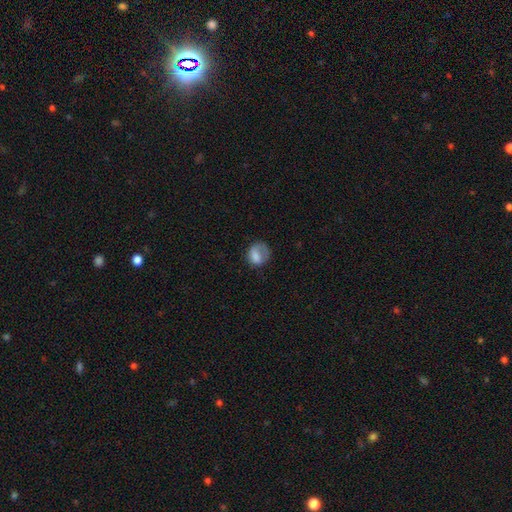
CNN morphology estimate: Smooth or featured?
  - smooth: 72% *
  - featured or disk: 19%
  - star or artifact: 9%
How rounded?
  - round: 58% *
  - in between: 41%
  - cigar-shaped: 1%
Merging?
  - none: 44% *
  - major disturbance: 28%
  - minor disturbance: 26%
  - merger: 2%